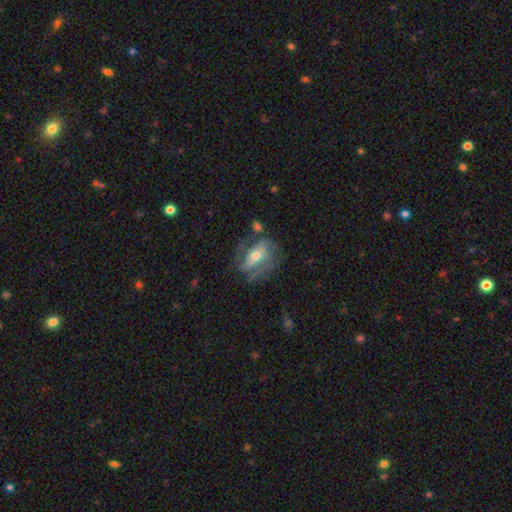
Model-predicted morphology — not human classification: Q: Smooth or featured?
A: featured or disk (74%); runner-up: smooth (19%)
Q: Edge-on disk?
A: no (95%); runner-up: yes (5%)
Q: Bar?
A: no (40%); runner-up: weak (35%)
Q: Spiral arms?
A: yes (80%); runner-up: no (20%)
Q: Spiral winding?
A: medium (42%); runner-up: tight (32%)
Q: Spiral arm count?
A: 2 (43%); runner-up: can't tell (27%)
Q: Bulge size?
A: moderate (60%); runner-up: small (34%)
Q: Merging?
A: none (51%); runner-up: minor disturbance (23%)